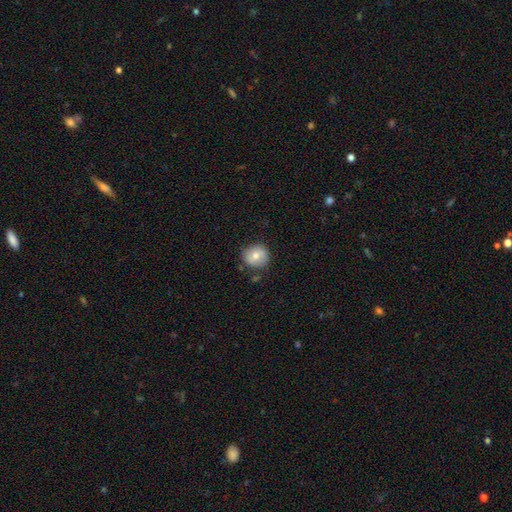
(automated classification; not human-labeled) Smooth or featured: smooth — 69% (featured or disk — 23%)
How rounded: round — 86% (in between — 13%)
Merging: none — 79% (minor disturbance — 15%)